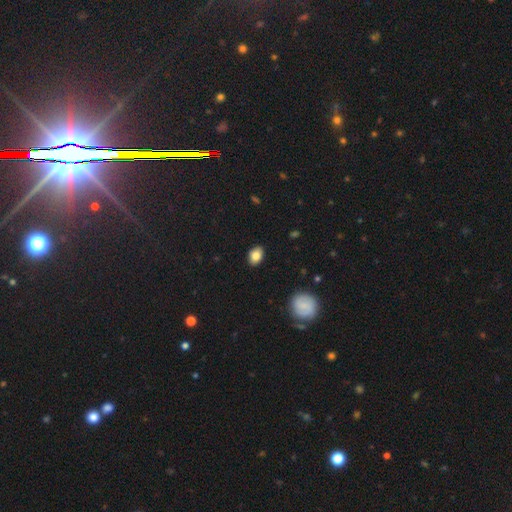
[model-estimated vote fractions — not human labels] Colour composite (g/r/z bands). It shows a smooth galaxy with no disk features (83%) that is in between round and cigar-shaped (75%). Merging: none (87%).